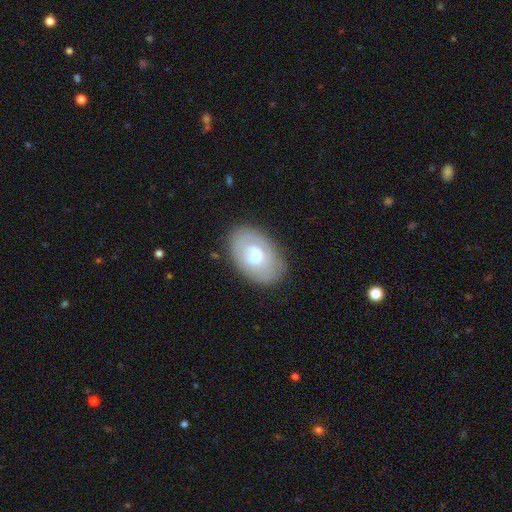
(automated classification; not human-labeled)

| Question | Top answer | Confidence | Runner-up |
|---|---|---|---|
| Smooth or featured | featured or disk | 51% | smooth (43%) |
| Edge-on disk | no | 93% | yes (7%) |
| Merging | none | 76% | minor disturbance (17%) |